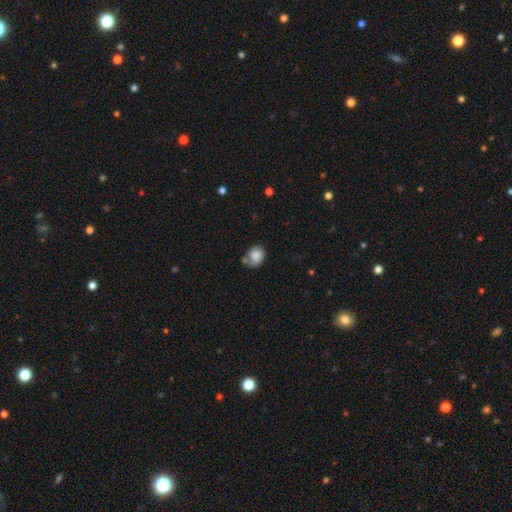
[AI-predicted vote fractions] smooth 83%, featured or disk 9%, star or artifact 8%. Down the decision tree: how rounded — round (65%); merging — none (48%).